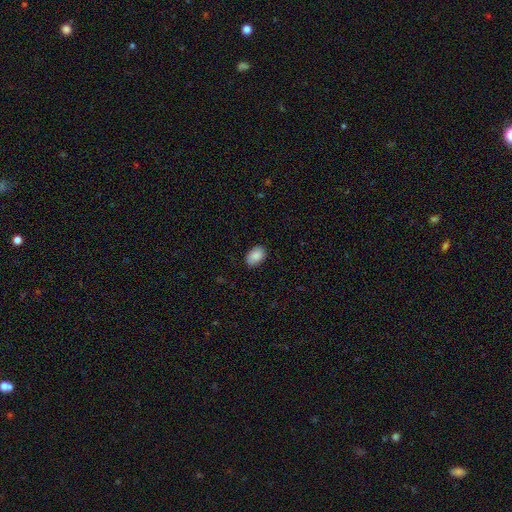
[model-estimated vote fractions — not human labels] Smooth or featured?
  - smooth: 89% *
  - star or artifact: 7%
  - featured or disk: 4%
How rounded?
  - in between: 86% *
  - round: 13%
  - cigar-shaped: 1%
Merging?
  - none: 85% *
  - minor disturbance: 12%
  - major disturbance: 2%
  - merger: 1%